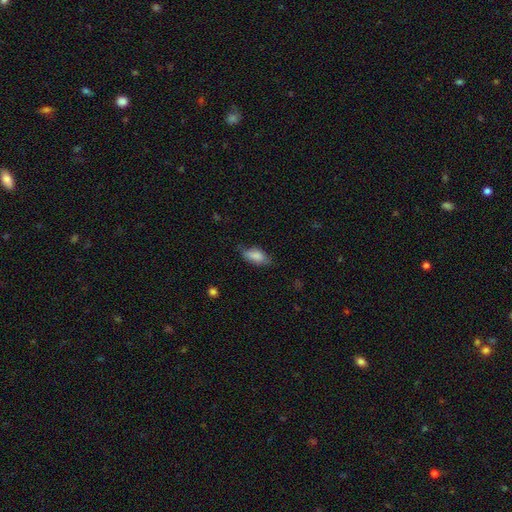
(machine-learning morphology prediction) type=smooth (83%); roundness=in between (88%); merging=none (62%).